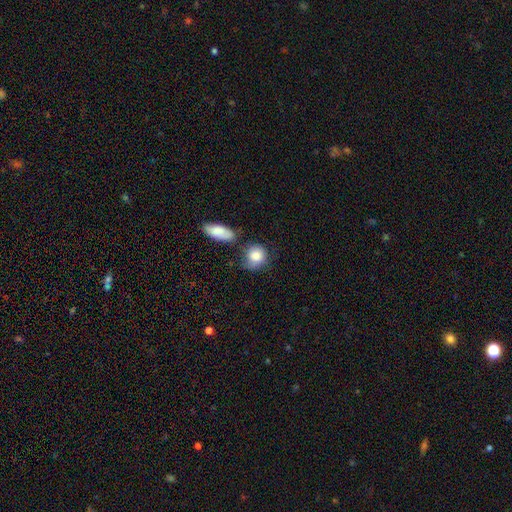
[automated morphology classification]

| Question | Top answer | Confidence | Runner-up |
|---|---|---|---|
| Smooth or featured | smooth | 84% | featured or disk (9%) |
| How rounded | round | 74% | in between (24%) |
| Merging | none | 54% | minor disturbance (23%) |